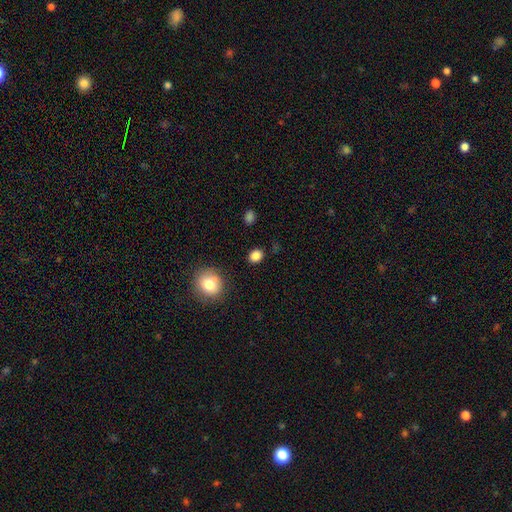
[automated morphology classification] Q: Smooth or featured?
A: smooth (85%); runner-up: star or artifact (11%)
Q: How rounded?
A: round (65%); runner-up: in between (34%)
Q: Merging?
A: none (87%); runner-up: minor disturbance (9%)